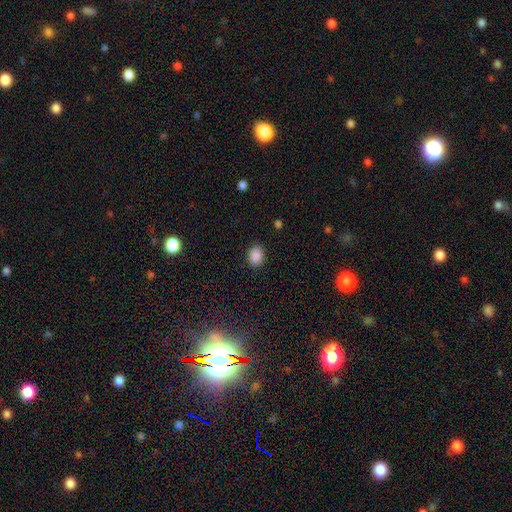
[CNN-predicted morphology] A smooth galaxy with no disk features (87%) that is in between round and cigar-shaped (63%).

Vote fractions:
- Smooth or featured? smooth: 87% / star or artifact: 10% / featured or disk: 3%
- How rounded? in between: 63% / round: 36% / cigar-shaped: 1%
- Merging? none: 87% / minor disturbance: 9% / major disturbance: 3% / merger: 1%